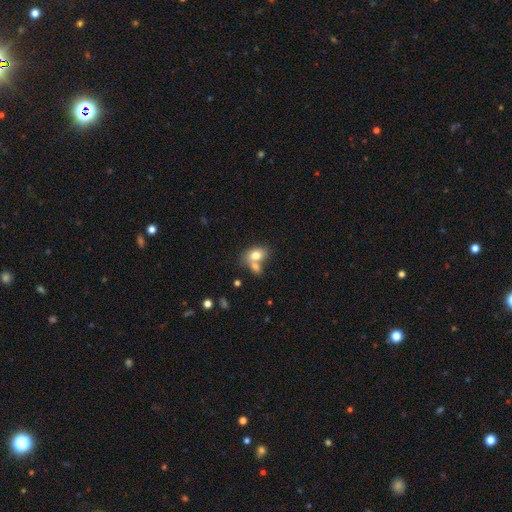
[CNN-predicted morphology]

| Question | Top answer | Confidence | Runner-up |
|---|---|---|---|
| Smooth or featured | smooth | 77% | featured or disk (14%) |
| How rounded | in between | 78% | round (21%) |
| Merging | merger | 46% | none (39%) |